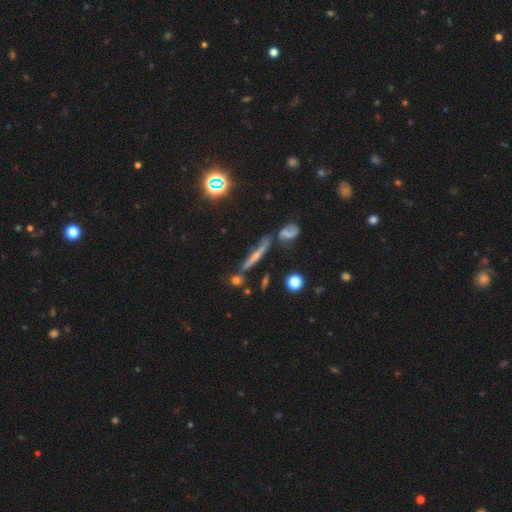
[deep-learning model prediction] Smooth or featured? Predicted: featured or disk (p=0.55). Edge-on disk? Predicted: yes (p=0.87). Merging? Predicted: none (p=0.63).